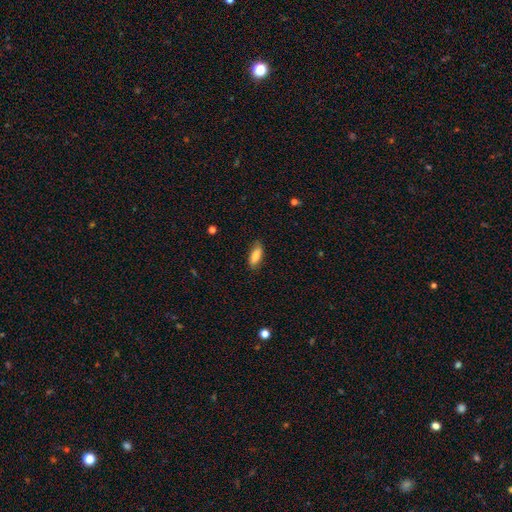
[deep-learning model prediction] The model was most divided on "how rounded": in between: 76%, cigar-shaped: 22%, round: 2%. More confident: smooth or featured — smooth (84%); merging — none (77%).